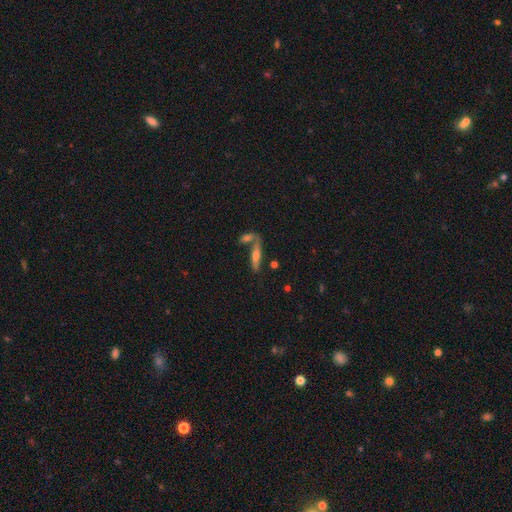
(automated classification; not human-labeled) smooth-or-featured: featured or disk: 50% | smooth: 40% | star or artifact: 9%
  disk-edge-on: yes: 88% | no: 12%
  merging: none: 57% | merger: 29% | minor disturbance: 10% | major disturbance: 4%